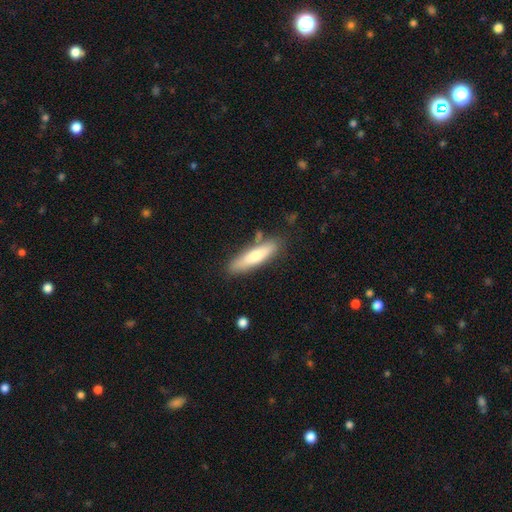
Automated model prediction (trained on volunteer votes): smooth-or-featured: smooth: 64% | featured or disk: 30% | star or artifact: 6%
  how-rounded: cigar-shaped: 73% | in between: 25% | round: 2%
  merging: none: 82% | minor disturbance: 12% | merger: 4% | major disturbance: 3%